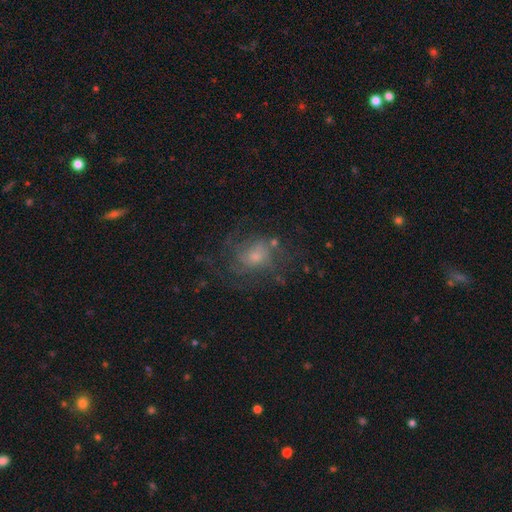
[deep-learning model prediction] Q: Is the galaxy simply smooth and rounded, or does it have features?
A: featured or disk — 61%.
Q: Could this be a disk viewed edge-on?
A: no — 97%.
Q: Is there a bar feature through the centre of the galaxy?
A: no — 75%.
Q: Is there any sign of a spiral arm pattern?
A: yes — 76%.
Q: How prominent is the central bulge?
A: small — 48%.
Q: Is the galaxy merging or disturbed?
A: none — 57%.